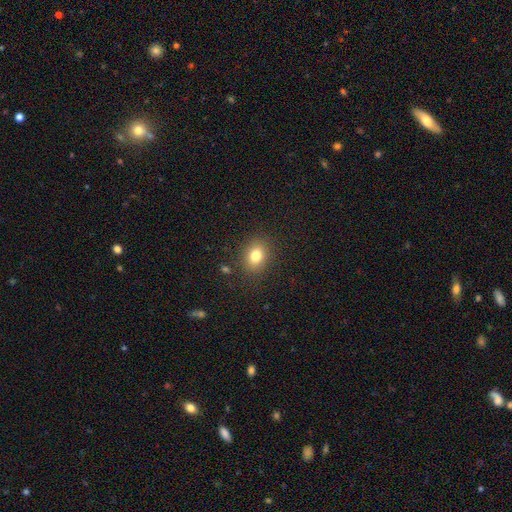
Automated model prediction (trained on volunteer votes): A smooth galaxy with no disk features (80%) that is in between round and cigar-shaped (58%). Merging: none (86%).